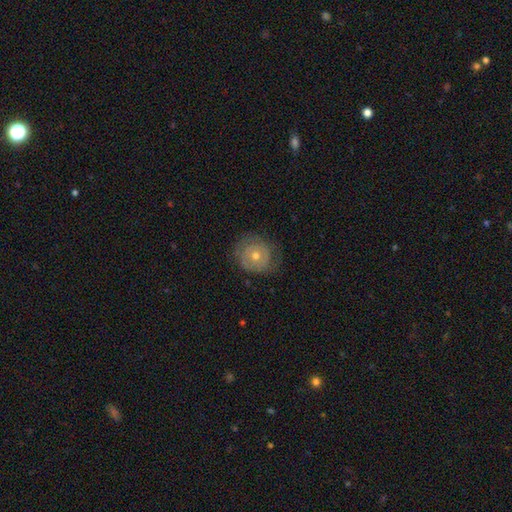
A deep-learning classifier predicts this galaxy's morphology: Smooth or featured? featured or disk (57%)
Edge-on disk? no (96%)
Bar? no (84%)
Spiral arms? yes (61%)
Bulge size? moderate (61%)
Merging? none (73%)